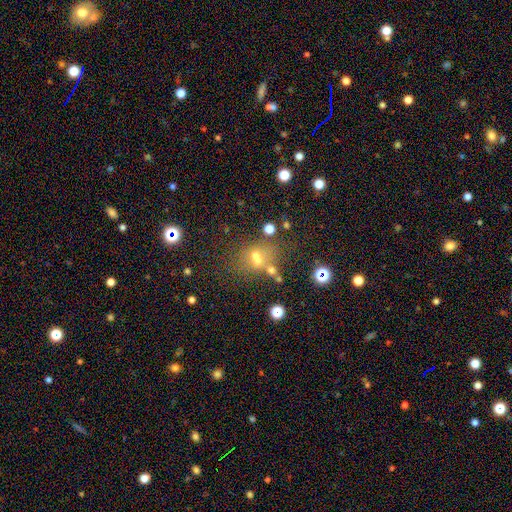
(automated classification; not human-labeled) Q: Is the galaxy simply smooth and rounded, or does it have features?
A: smooth — 47%.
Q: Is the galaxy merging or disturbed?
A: none — 49%.